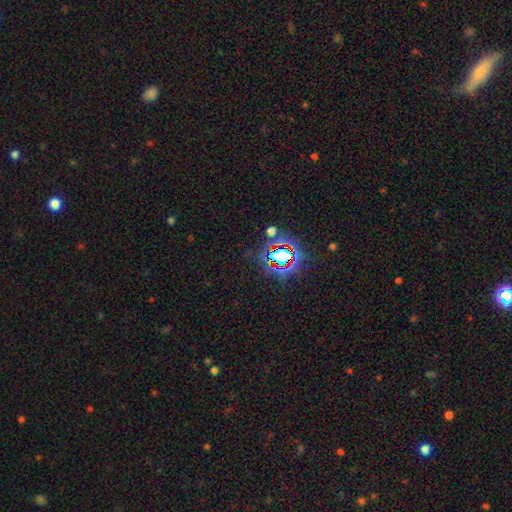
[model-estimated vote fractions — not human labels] This appears to be a star or artifact, not a galaxy (80%).